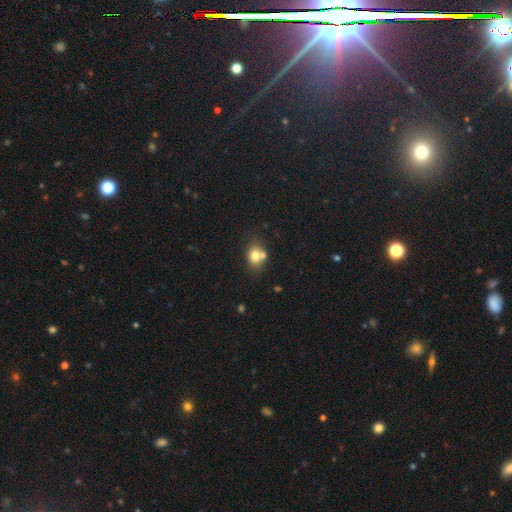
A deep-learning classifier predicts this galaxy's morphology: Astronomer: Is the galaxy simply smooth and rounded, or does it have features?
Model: smooth — 76%.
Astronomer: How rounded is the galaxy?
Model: round — 50% (runner-up: in between, 49%).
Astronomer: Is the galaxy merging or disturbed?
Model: none — 52% (runner-up: merger, 30%).